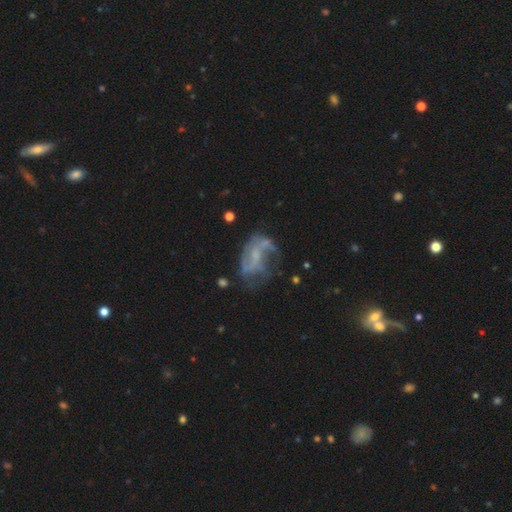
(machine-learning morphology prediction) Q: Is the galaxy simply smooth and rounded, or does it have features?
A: featured or disk — 71%.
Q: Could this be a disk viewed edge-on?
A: no — 97%.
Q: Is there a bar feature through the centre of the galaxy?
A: no — 54%.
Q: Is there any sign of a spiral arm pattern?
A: yes — 68%.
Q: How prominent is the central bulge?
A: small — 45%.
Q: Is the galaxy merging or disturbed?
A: none — 40%.